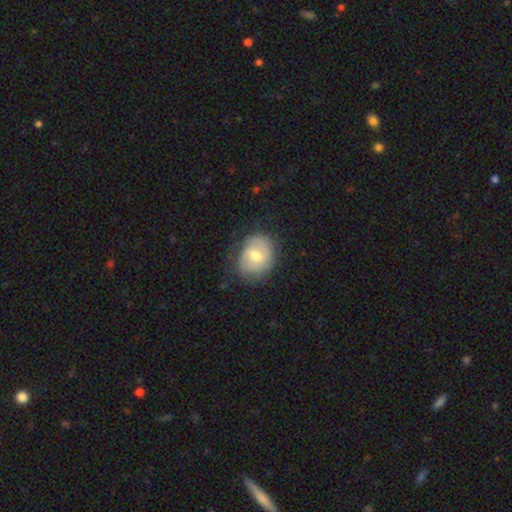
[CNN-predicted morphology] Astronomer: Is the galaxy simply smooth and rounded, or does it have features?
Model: featured or disk — 50% (runner-up: smooth, 43%).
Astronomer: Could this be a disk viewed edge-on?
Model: no — 97%.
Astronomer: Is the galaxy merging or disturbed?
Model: none — 68%.